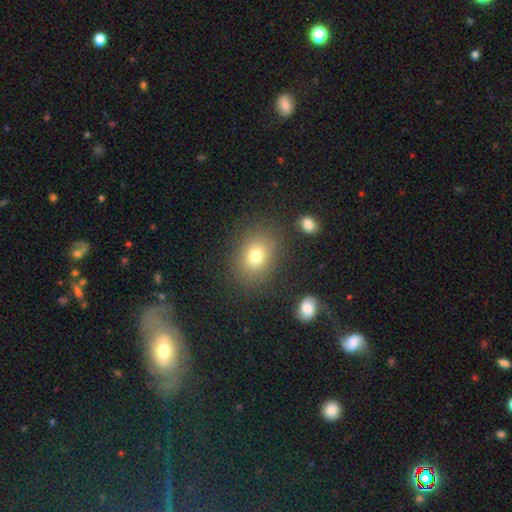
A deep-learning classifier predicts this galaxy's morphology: smooth-or-featured: smooth: 76% | star or artifact: 13% | featured or disk: 11%
  how-rounded: in between: 51% | round: 48% | cigar-shaped: 1%
  merging: none: 82% | minor disturbance: 10% | major disturbance: 5% | merger: 3%